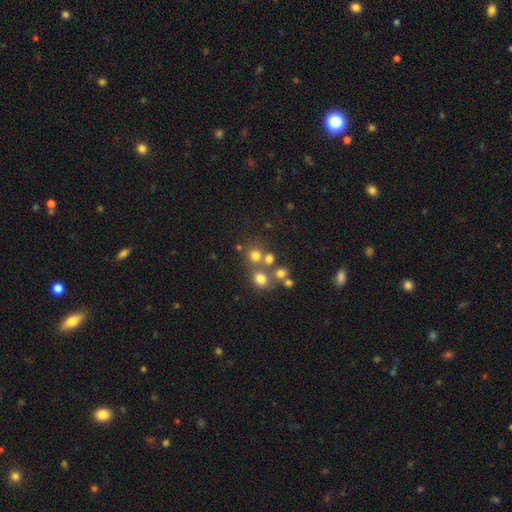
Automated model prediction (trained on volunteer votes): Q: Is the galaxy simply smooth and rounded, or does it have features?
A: smooth — 68%.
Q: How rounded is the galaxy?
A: round — 85%.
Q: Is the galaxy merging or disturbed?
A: none — 57%.